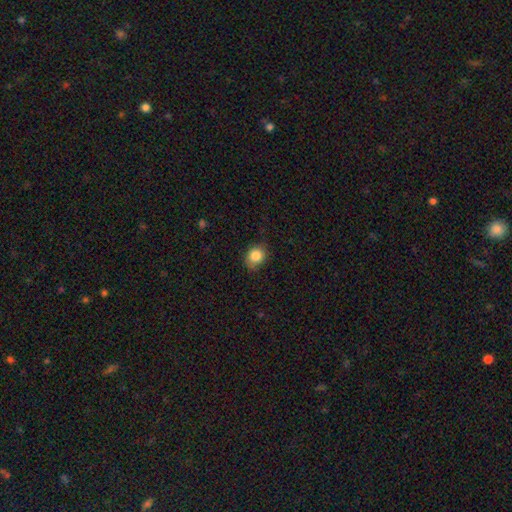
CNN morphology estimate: Smooth or featured?
  - smooth: 85% *
  - star or artifact: 10%
  - featured or disk: 6%
How rounded?
  - round: 68% *
  - in between: 31%
  - cigar-shaped: 1%
Merging?
  - none: 77% *
  - minor disturbance: 19%
  - major disturbance: 4%
  - merger: 1%